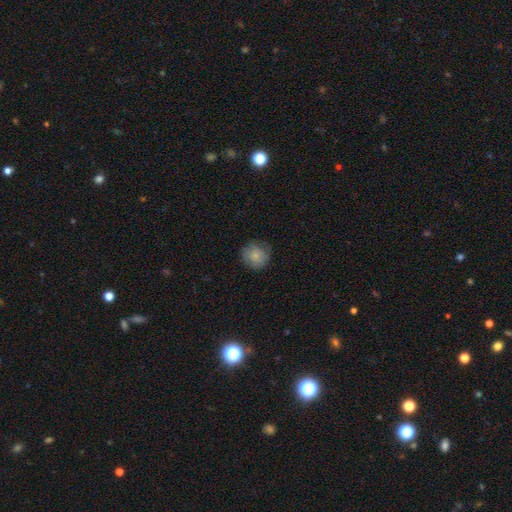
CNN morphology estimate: Smooth or featured: smooth — 79% (featured or disk — 13%)
How rounded: round — 91% (in between — 8%)
Merging: none — 75% (minor disturbance — 19%)